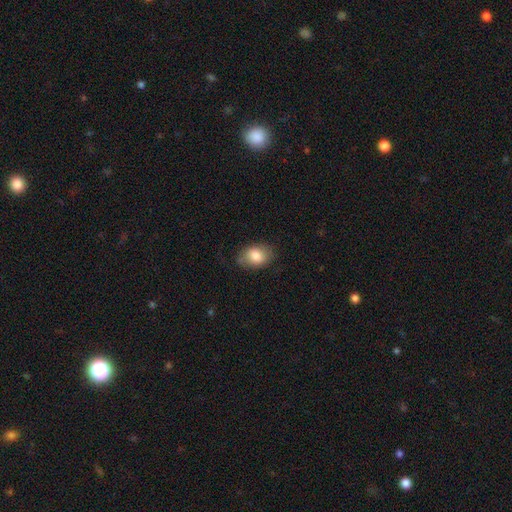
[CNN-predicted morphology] smooth_or_featured: smooth (p=0.82) [alt: featured or disk p=0.11]
how_rounded: in between (p=0.82) [alt: round p=0.17]
merging: none (p=0.76) [alt: minor disturbance p=0.18]